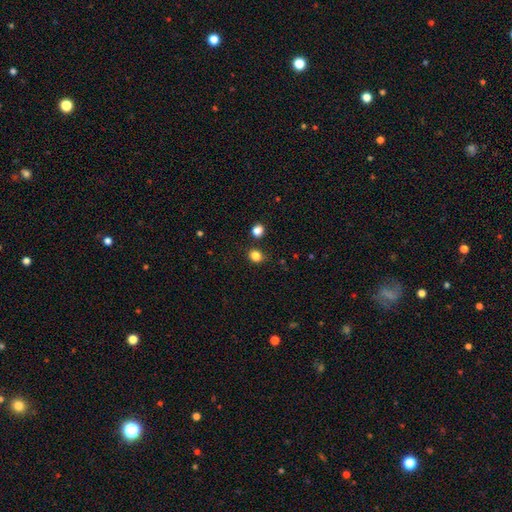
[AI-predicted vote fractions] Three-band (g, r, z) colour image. It shows a smooth galaxy with no disk features (84%) that is round (70%). Merging: none (82%).